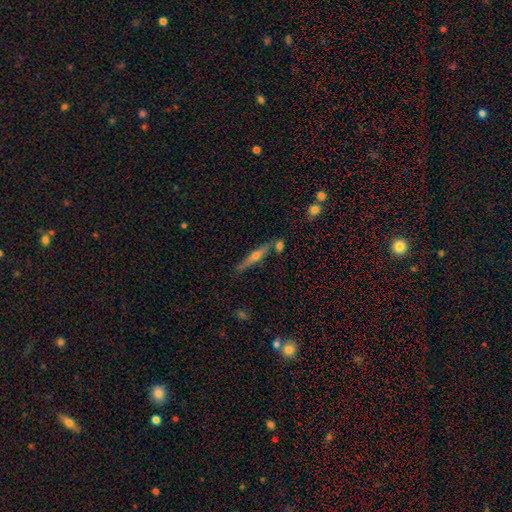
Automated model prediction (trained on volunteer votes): featured or disk 65%, smooth 28%, star or artifact 7%. Down the decision tree: edge-on disk — yes (96%); edge-on bulge — rounded (88%); merging — none (77%).